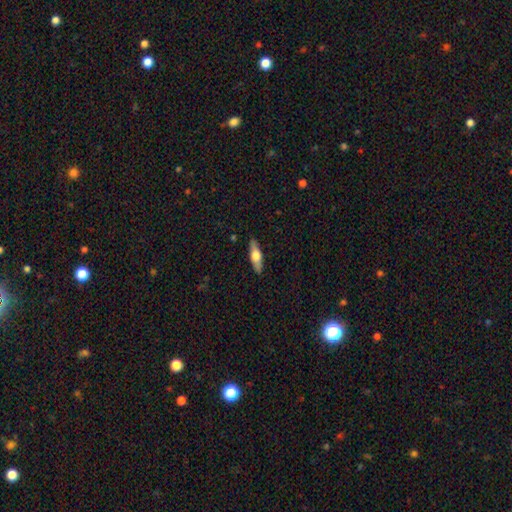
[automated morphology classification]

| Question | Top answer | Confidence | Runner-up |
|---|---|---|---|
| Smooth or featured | smooth | 52% | featured or disk (42%) |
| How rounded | cigar-shaped | 51% | in between (46%) |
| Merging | none | 88% | minor disturbance (9%) |